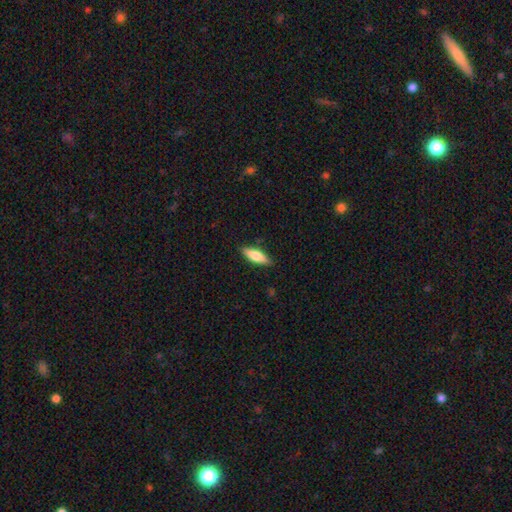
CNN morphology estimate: Smooth or featured? Predicted: smooth (p=0.66). How rounded? Predicted: cigar-shaped (p=0.54). Merging? Predicted: none (p=0.87).